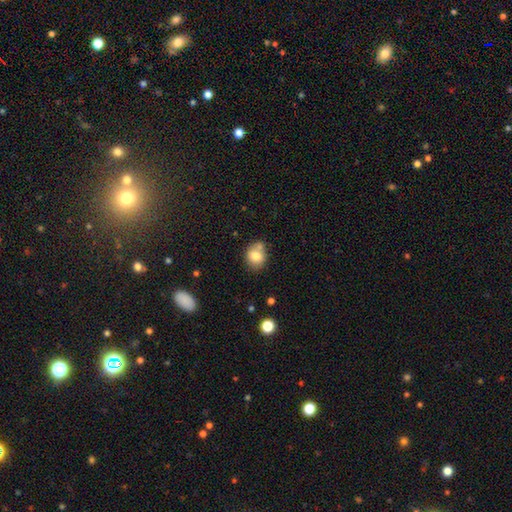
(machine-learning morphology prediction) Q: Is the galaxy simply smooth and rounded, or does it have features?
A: smooth — 79%.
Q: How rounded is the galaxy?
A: round — 63%.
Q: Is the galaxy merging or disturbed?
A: none — 54%.